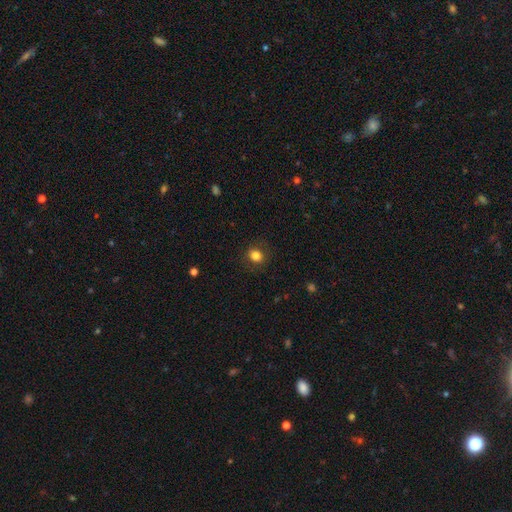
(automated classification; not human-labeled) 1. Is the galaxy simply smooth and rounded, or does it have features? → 83% smooth, 11% star or artifact, 6% featured or disk.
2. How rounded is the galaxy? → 72% round, 27% in between, 1% cigar-shaped.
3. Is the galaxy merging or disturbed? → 86% none, 9% minor disturbance, 3% major disturbance, 1% merger.